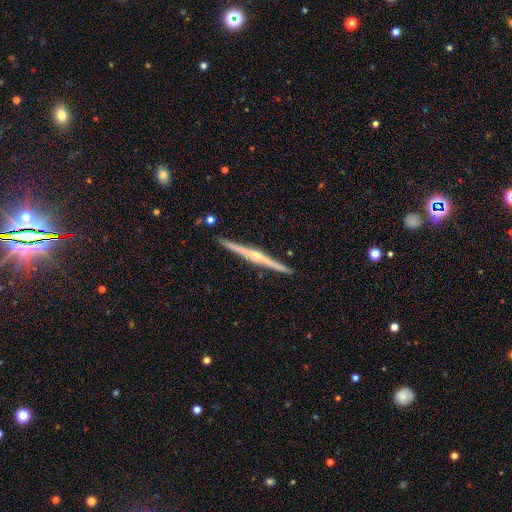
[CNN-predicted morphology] smooth_or_featured: featured or disk (p=0.84) [alt: smooth p=0.11]
disk_edge_on: yes (p=0.99) [alt: no p=0.01]
edge_on_bulge: rounded (p=0.84) [alt: none p=0.10]
merging: none (p=0.92) [alt: minor disturbance p=0.06]